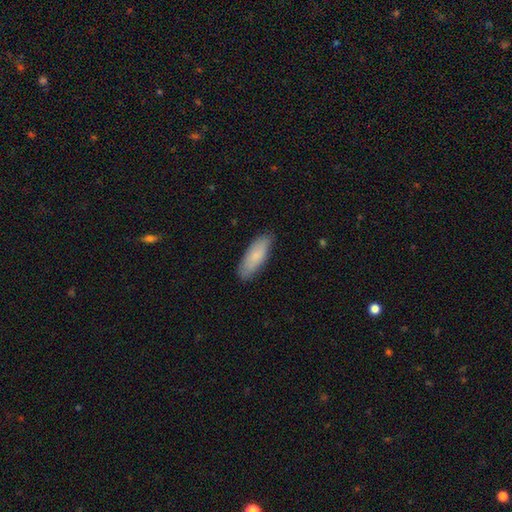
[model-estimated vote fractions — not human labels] The model was most divided on "how rounded": in between: 64%, cigar-shaped: 35%, round: 2%. More confident: merging — none (85%); smooth or featured — smooth (84%).